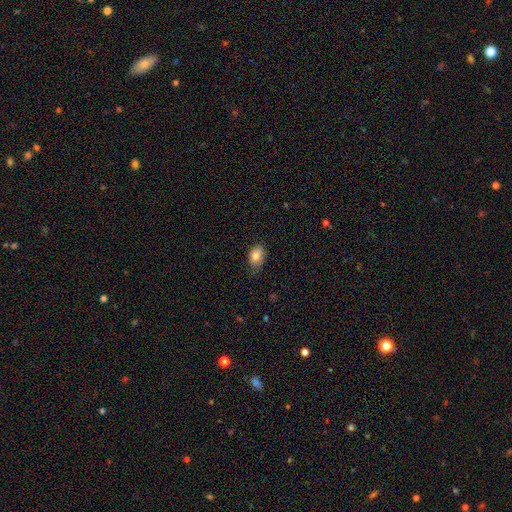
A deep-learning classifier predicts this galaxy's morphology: smooth_or_featured: smooth (p=0.85) [alt: star or artifact p=0.08]
how_rounded: in between (p=0.85) [alt: round p=0.14]
merging: none (p=0.66) [alt: minor disturbance p=0.28]